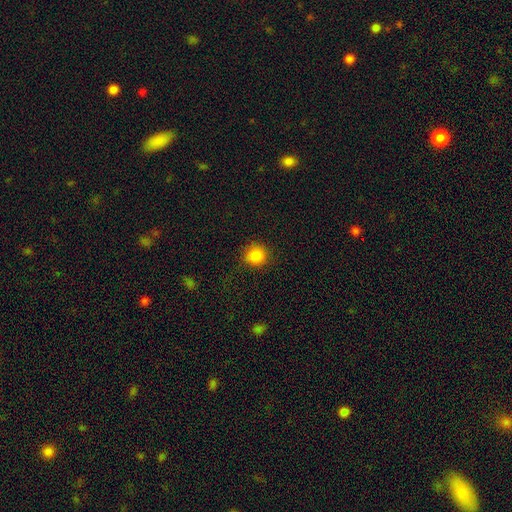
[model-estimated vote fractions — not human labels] A smooth galaxy with no disk features (84%) that is round (92%). Merging: none (88%).